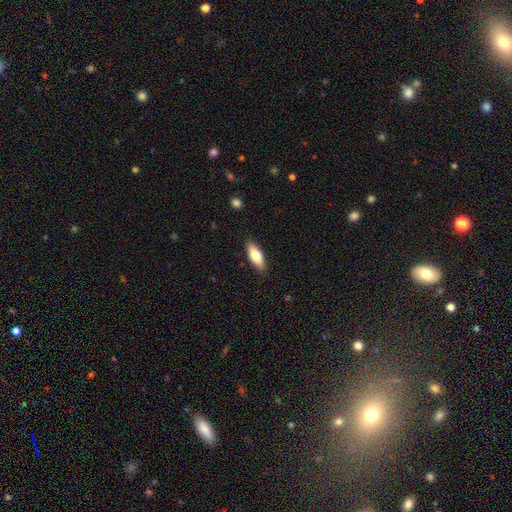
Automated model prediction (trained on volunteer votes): A smooth galaxy with no disk features (73%) that is in between round and cigar-shaped (71%).

Vote fractions:
- Smooth or featured? smooth: 73% / featured or disk: 21% / star or artifact: 6%
- How rounded? in between: 71% / cigar-shaped: 27% / round: 2%
- Merging? none: 86% / minor disturbance: 11% / major disturbance: 2% / merger: 1%